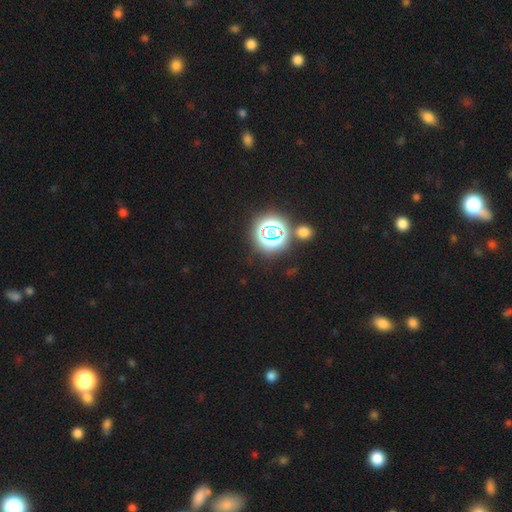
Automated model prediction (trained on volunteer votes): Smooth or featured? star or artifact (79%)